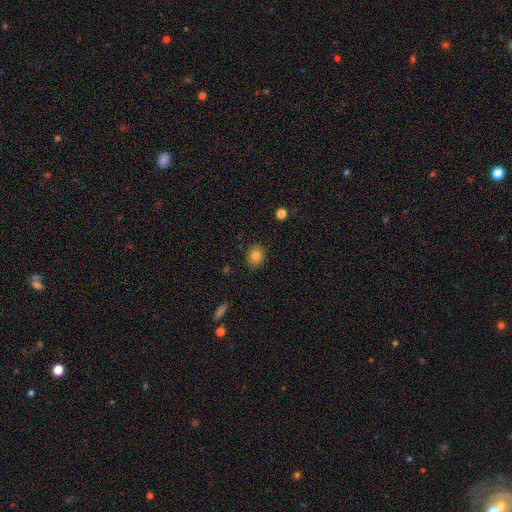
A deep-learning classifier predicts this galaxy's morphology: Smooth or featured? smooth (81%)
How rounded? round (68%)
Merging? none (87%)